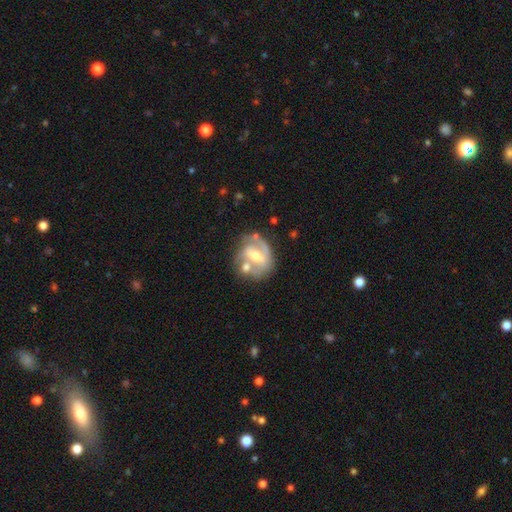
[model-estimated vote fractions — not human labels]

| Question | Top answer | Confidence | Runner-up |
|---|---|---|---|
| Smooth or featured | featured or disk | 70% | smooth (23%) |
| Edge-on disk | no | 96% | yes (4%) |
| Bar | weak | 42% | strong (32%) |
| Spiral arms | yes | 63% | no (37%) |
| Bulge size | moderate | 63% | small (25%) |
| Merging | none | 43% | merger (26%) |